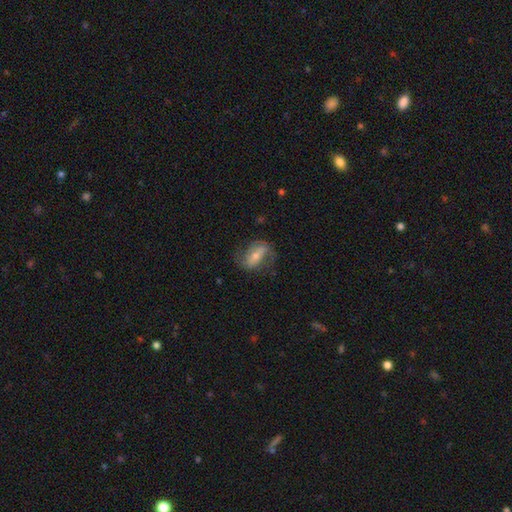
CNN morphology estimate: A featured or disk galaxy (64%) with a strong bar (48%), spiral arms (78%) and a moderate central bulge (47%, tied with small).

Vote fractions:
- Smooth or featured? featured or disk: 64% / smooth: 28% / star or artifact: 8%
- Edge-on disk? no: 90% / yes: 10%
- Bar? strong: 48% / weak: 30% / no: 22%
- Spiral arms? yes: 78% / no: 22%
- Bulge size? moderate: 47% (tied) / small: 47% (tied) / large: 3% / none: 2% / dominant: 1%
- Merging? none: 67% / minor disturbance: 20% / major disturbance: 11% / merger: 1%